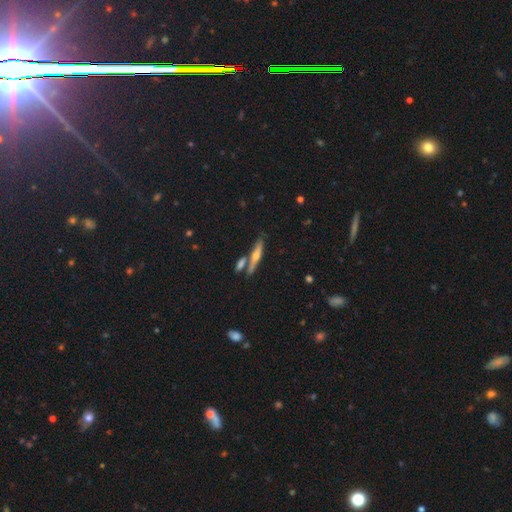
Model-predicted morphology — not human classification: smooth_or_featured: featured or disk (p=0.57) [alt: smooth p=0.36]
disk_edge_on: yes (p=0.94) [alt: no p=0.06]
edge_on_bulge: rounded (p=0.87) [alt: none p=0.09]
merging: none (p=0.70) [alt: merger p=0.17]